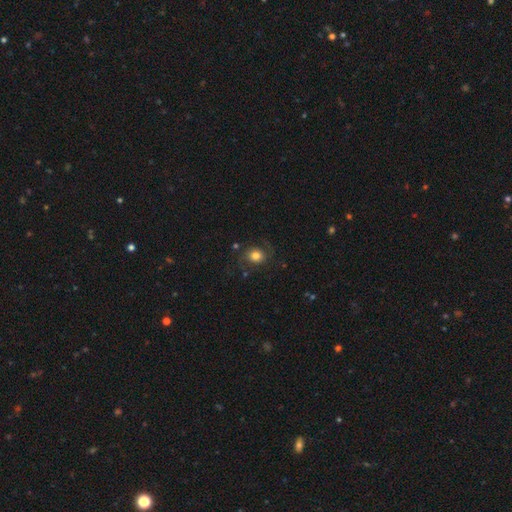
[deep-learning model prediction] Smooth or featured? smooth (69%)
How rounded? round (73%)
Merging? none (71%)